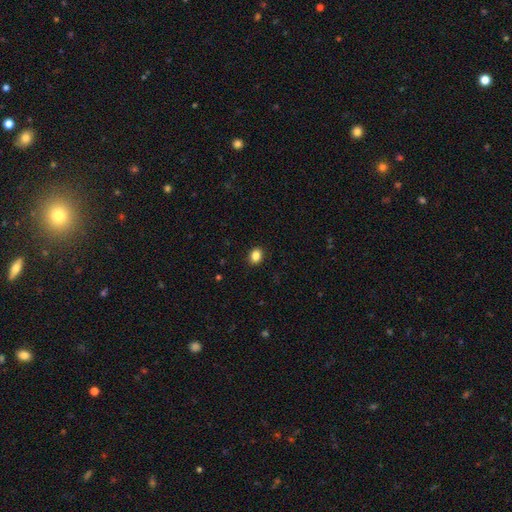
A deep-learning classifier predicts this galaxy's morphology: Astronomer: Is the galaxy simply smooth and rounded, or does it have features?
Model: smooth — 86%.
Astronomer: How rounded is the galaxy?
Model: in between — 52% (runner-up: round, 47%).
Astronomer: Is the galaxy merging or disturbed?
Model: none — 90%.